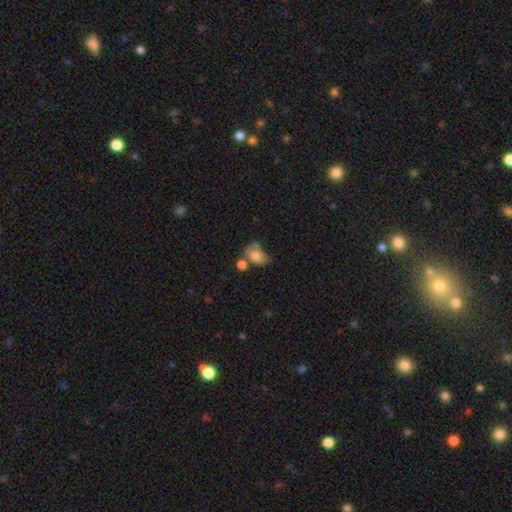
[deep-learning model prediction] smooth 76%, featured or disk 15%, star or artifact 9%. Down the decision tree: how rounded — in between (69%); merging — merger (34%).